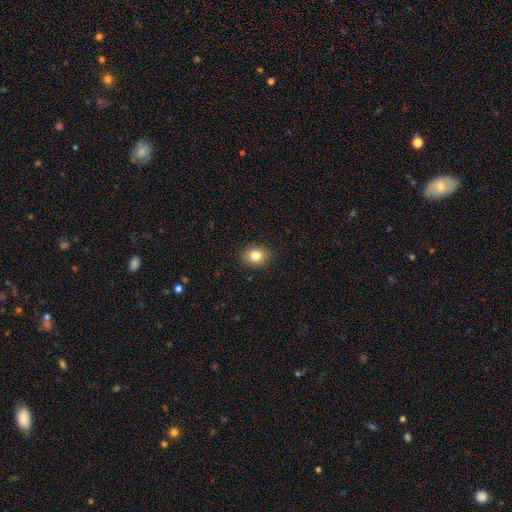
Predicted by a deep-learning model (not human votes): This is clearly a smooth galaxy (82%). How rounded: possibly round (52%). Merging: clearly none (89%).